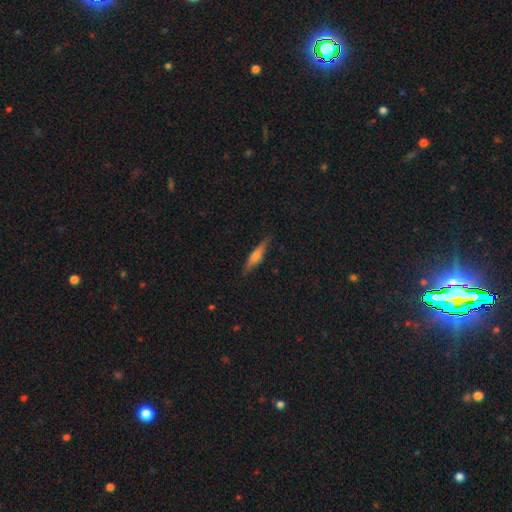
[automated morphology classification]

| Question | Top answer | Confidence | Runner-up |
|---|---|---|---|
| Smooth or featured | featured or disk | 58% | smooth (35%) |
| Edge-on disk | yes | 96% | no (4%) |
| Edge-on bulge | rounded | 78% | boxy (13%) |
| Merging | none | 88% | minor disturbance (9%) |